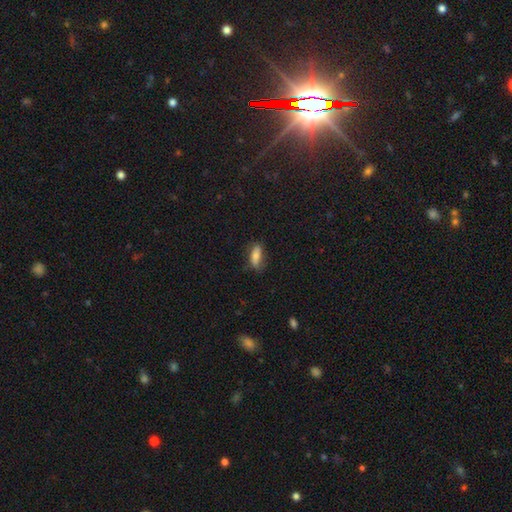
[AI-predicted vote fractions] Morphology: type=smooth (77%); roundness=in between (69%); merging=none (73%).